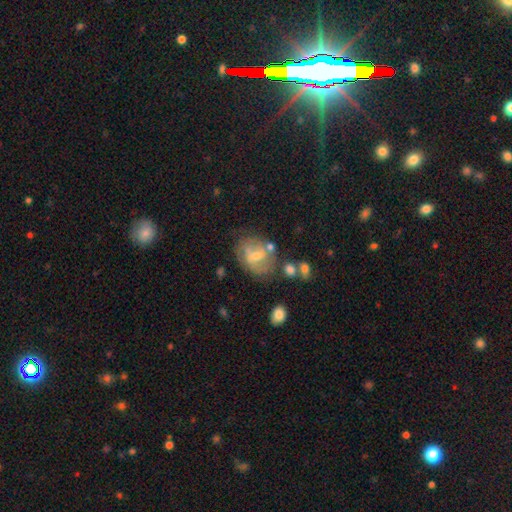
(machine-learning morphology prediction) This is possibly a featured or disk galaxy (53%). It is clearly not viewed edge-on (95%). Bar: possibly weak (49%). Spiral arm pattern: possibly yes (56%). Central bulge: possibly small (50%). Merging: possibly none (56%).